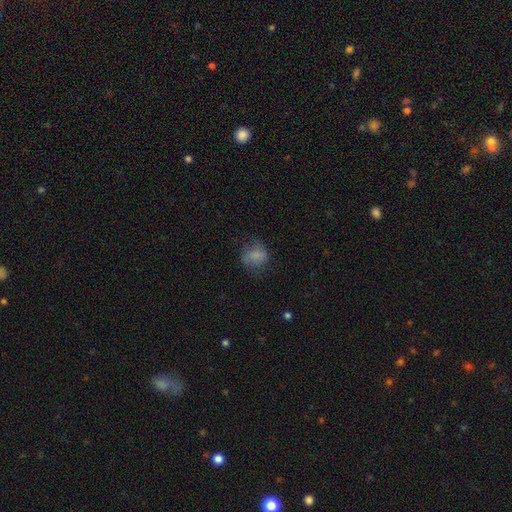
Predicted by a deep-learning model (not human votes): The model was most divided on "how rounded": in between: 51%, round: 48%, cigar-shaped: 1%. More confident: smooth or featured — smooth (74%); merging — none (55%).